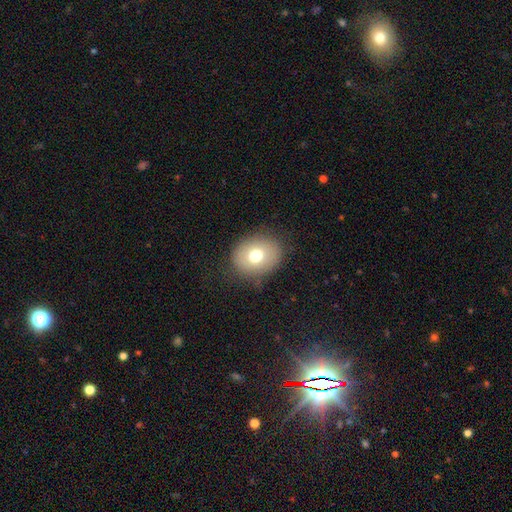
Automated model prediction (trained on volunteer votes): This is likely a smooth galaxy (72%). How rounded: possibly round (58%). Merging: clearly none (82%).